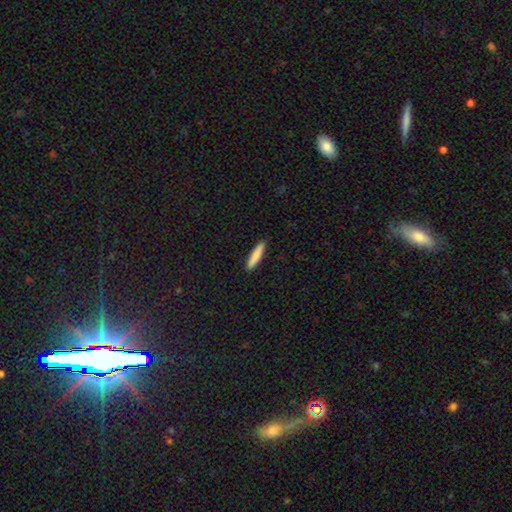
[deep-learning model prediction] This is clearly a smooth galaxy (82%). How rounded: clearly cigar-shaped (88%). Merging: clearly none (91%).